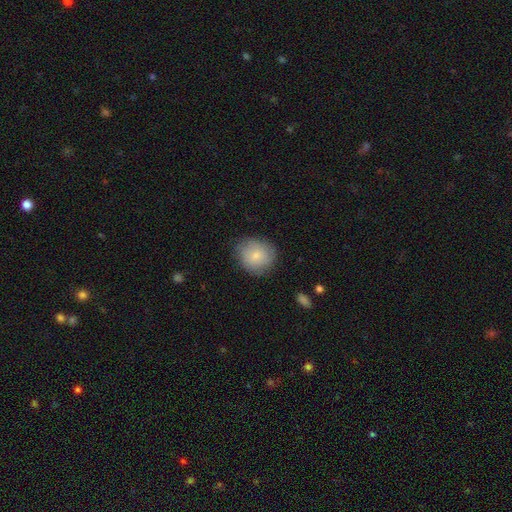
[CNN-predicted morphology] Overall: smooth (80%). How rounded: round (83%). Merging: none (79%).